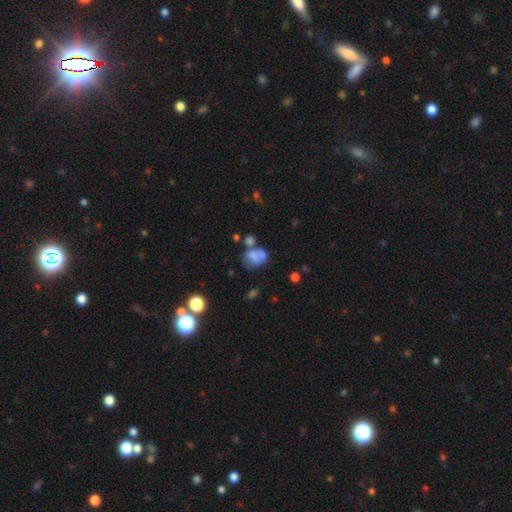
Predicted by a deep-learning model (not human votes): smooth-or-featured: smooth: 64% | featured or disk: 24% | star or artifact: 12%
  how-rounded: in between: 57% | round: 42% | cigar-shaped: 1%
  merging: merger: 37% | none: 29% | minor disturbance: 19% | major disturbance: 15%